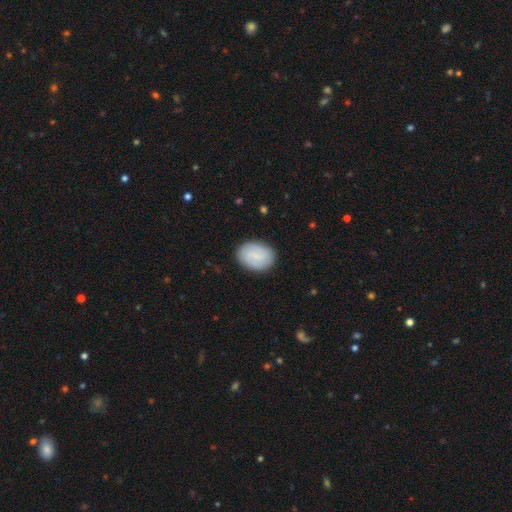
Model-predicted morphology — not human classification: The model was most divided on "smooth or featured": smooth: 74%, featured or disk: 20%, star or artifact: 6%. More confident: merging — none (88%); how rounded — in between (77%).